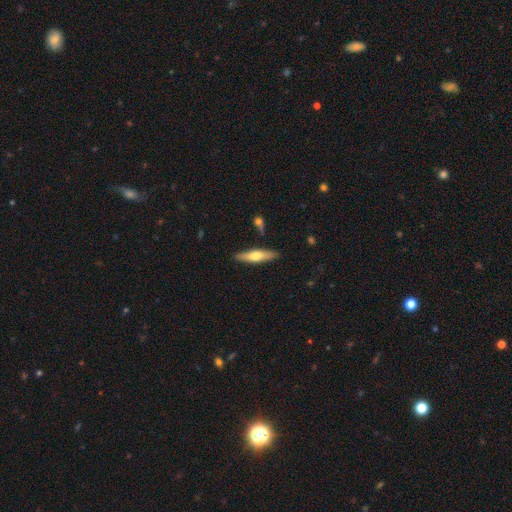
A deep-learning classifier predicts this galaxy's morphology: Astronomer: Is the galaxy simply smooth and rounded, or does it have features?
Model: smooth — 50% (runner-up: featured or disk, 45%).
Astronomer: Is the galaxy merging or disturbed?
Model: none — 86%.